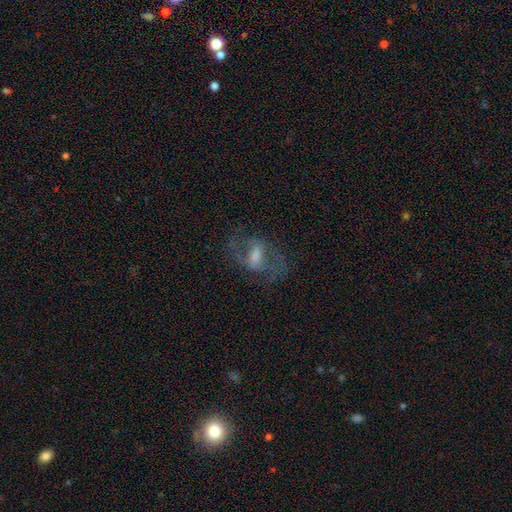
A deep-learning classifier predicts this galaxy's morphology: type=featured or disk (63%); edge-on=no (93%); bar=weak (43%); spiral arms=yes (58%); bulge=moderate (39%); merging=none (60%).